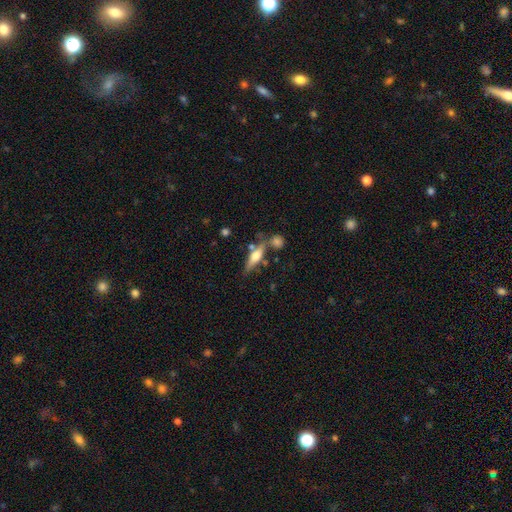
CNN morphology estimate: Smooth or featured: featured or disk — 52% (smooth — 41%)
Edge-on disk: yes — 91% (no — 9%)
Merging: none — 64% (merger — 16%)